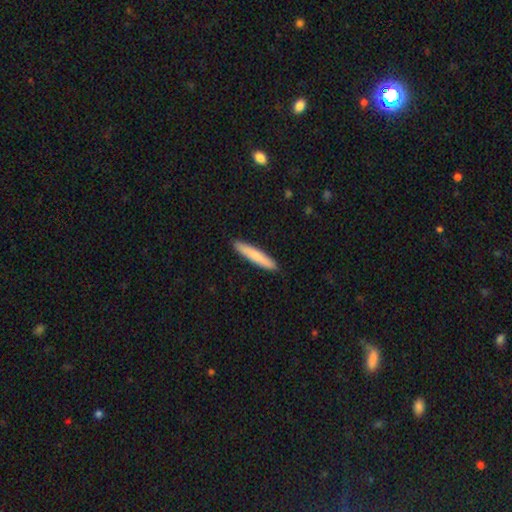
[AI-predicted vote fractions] smooth_or_featured: smooth (p=0.76) [alt: featured or disk p=0.19]
how_rounded: cigar-shaped (p=0.93) [alt: in between p=0.06]
merging: none (p=0.91) [alt: minor disturbance p=0.07]